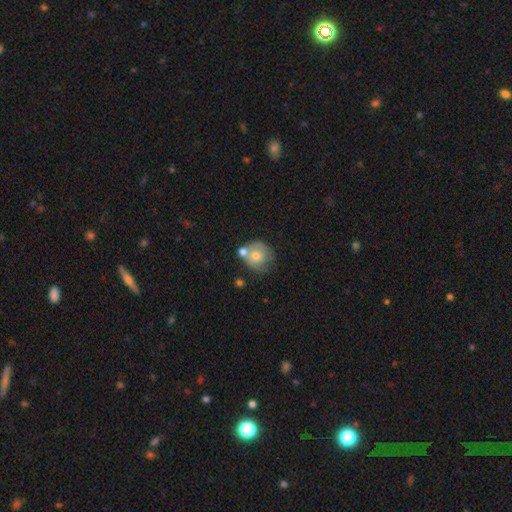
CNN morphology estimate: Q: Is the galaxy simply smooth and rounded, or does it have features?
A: smooth — 58%.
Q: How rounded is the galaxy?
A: round — 80%.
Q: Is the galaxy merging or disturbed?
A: none — 44%.